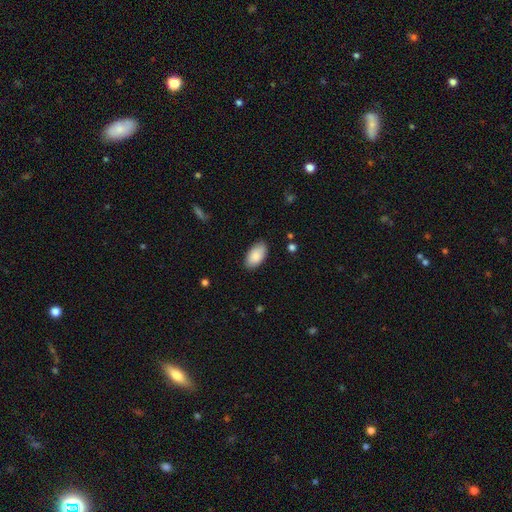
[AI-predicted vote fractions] Smooth or featured: smooth — 87% (featured or disk — 7%)
How rounded: in between — 95% (round — 3%)
Merging: none — 85% (minor disturbance — 12%)